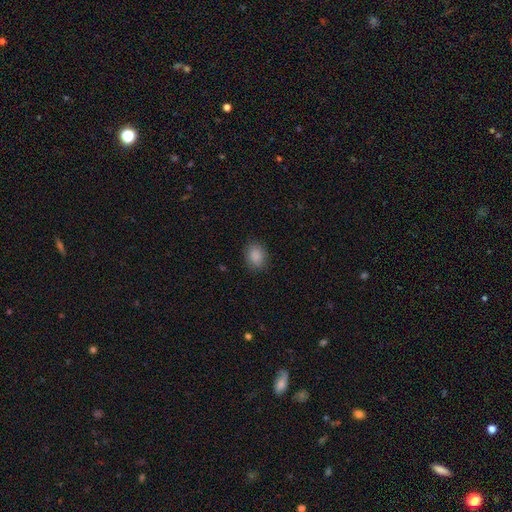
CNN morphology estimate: This is clearly a smooth galaxy (88%). How rounded: possibly in between (59%). Merging: clearly none (87%).